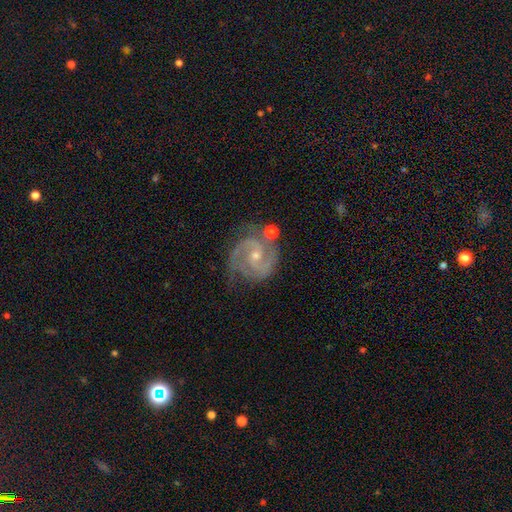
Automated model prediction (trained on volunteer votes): Smooth or featured? Predicted: featured or disk (p=0.91). Edge-on disk? Predicted: no (p=0.98). Bar? Predicted: no (p=0.52). Spiral arms? Predicted: yes (p=0.98). Spiral winding? Predicted: medium (p=0.50). Spiral arm count? Predicted: 2 (p=0.79). Bulge size? Predicted: small (p=0.65). Merging? Predicted: none (p=0.70).